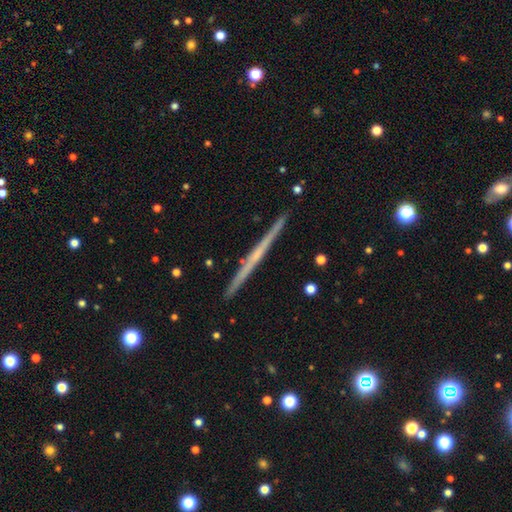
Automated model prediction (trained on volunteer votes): Smooth or featured? featured or disk (73%)
Edge-on disk? yes (98%)
Edge-on bulge? none (67%)
Merging? none (92%)